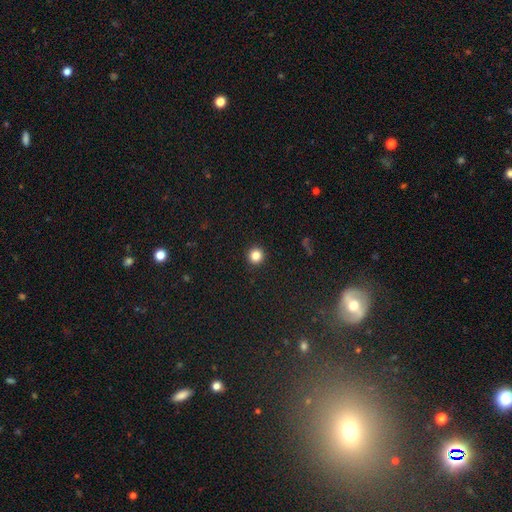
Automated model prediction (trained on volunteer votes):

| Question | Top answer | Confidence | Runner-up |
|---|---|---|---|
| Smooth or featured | smooth | 84% | star or artifact (11%) |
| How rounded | round | 94% | in between (5%) |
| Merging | none | 93% | minor disturbance (4%) |